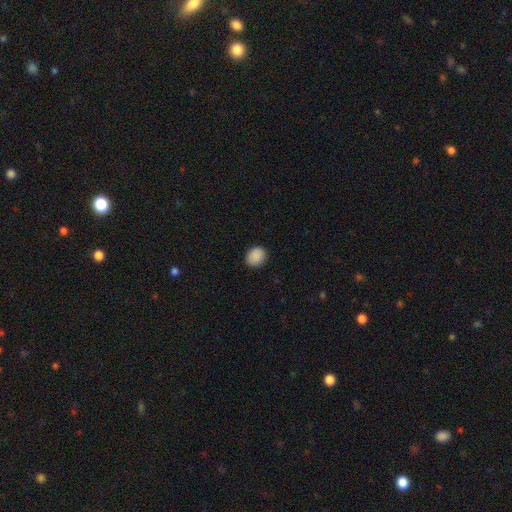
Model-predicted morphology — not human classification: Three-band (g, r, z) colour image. It shows a smooth galaxy with no disk features (89%) that is round (70%). Merging: none (89%).